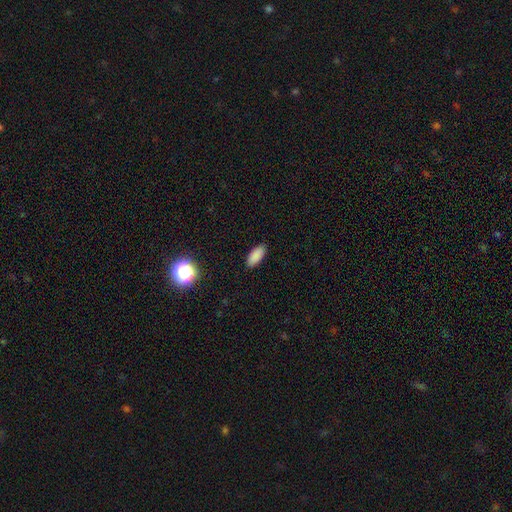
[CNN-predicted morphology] Q: Smooth or featured?
A: smooth (87%); runner-up: star or artifact (9%)
Q: How rounded?
A: in between (87%); runner-up: cigar-shaped (11%)
Q: Merging?
A: none (89%); runner-up: minor disturbance (8%)